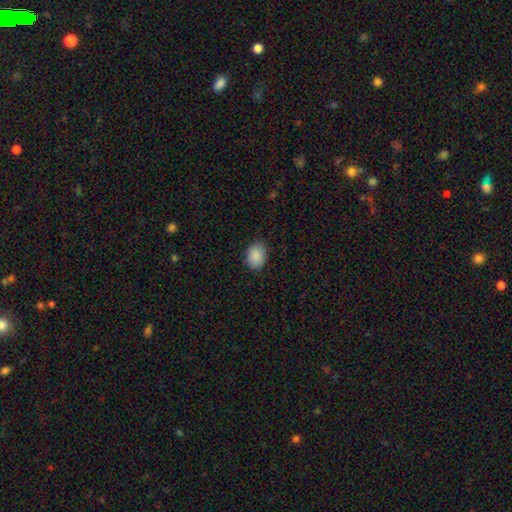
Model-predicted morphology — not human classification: A smooth galaxy with no disk features (89%) that is in between round and cigar-shaped (74%). Merging: none (86%).